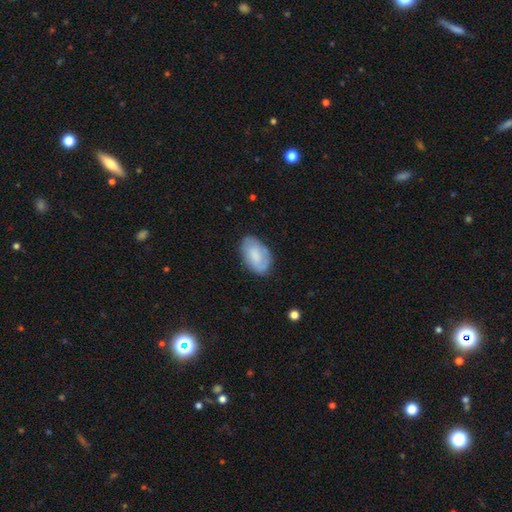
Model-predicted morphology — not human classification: Overall: smooth (71%). How rounded: in between (92%). Merging: none (73%).